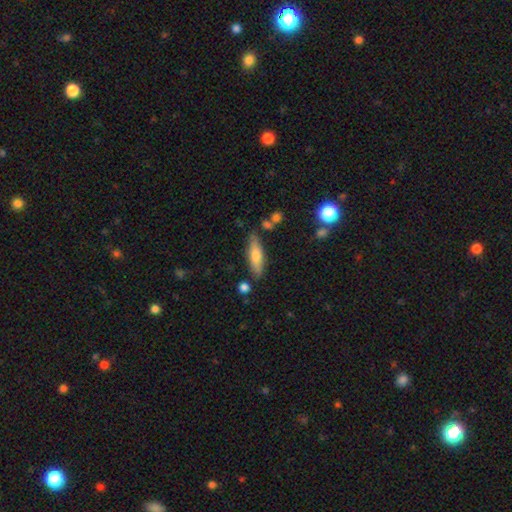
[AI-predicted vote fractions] smooth 67%, featured or disk 27%, star or artifact 6%. Down the decision tree: how rounded — cigar-shaped (58%); merging — none (79%).